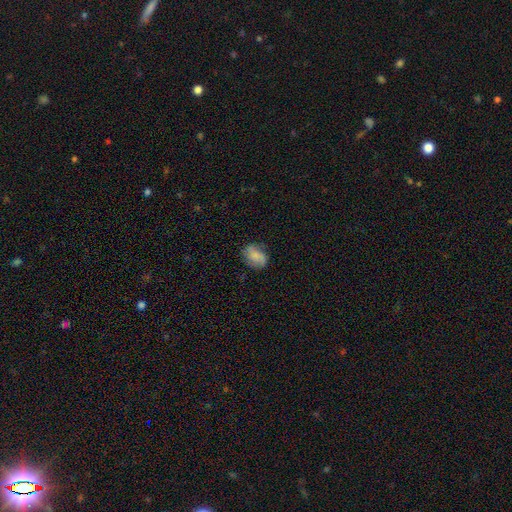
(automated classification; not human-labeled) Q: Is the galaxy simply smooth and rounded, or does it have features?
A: smooth — 71%.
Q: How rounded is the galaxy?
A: in between — 71%.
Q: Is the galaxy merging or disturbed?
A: none — 67%.